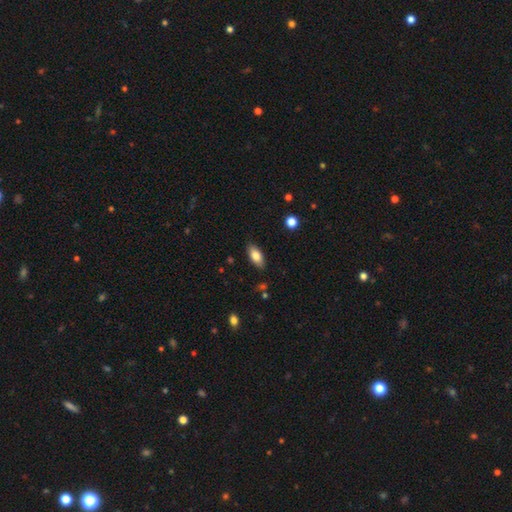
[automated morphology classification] smooth 80%, featured or disk 13%, star or artifact 7%. Down the decision tree: how rounded — in between (88%); merging — none (85%).